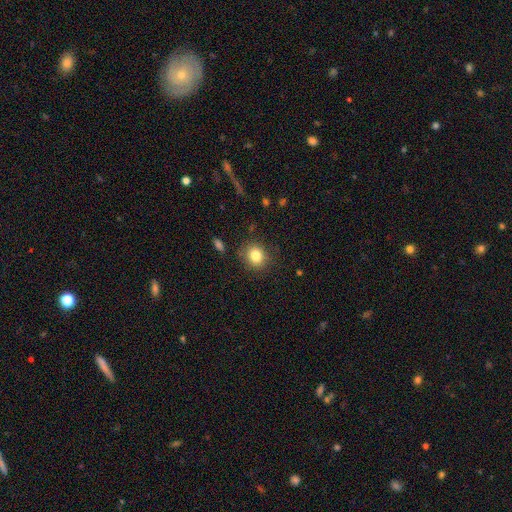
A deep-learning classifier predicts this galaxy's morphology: This is clearly a smooth galaxy (82%). How rounded: likely round (74%). Merging: clearly none (85%).